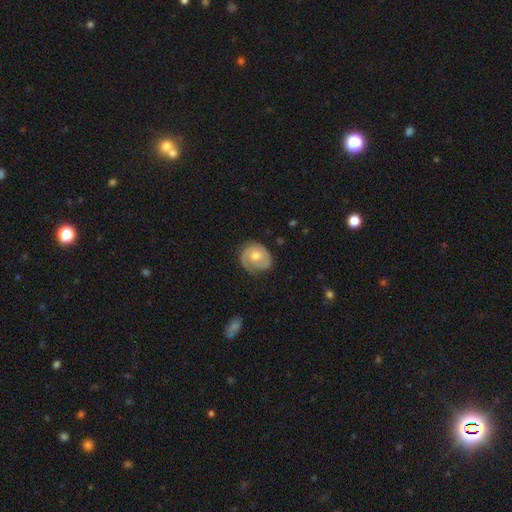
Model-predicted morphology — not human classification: A featured or disk galaxy (66%) with no bar (77%), 2 (44%) tight (63%) spiral arms (87%) and a moderate central bulge (65%). Merging: none (72%).